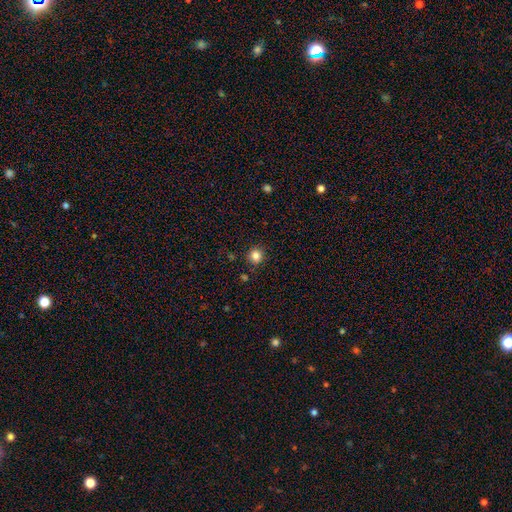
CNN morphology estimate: smooth 84%, star or artifact 12%, featured or disk 4%. Down the decision tree: how rounded — round (92%); merging — none (90%).